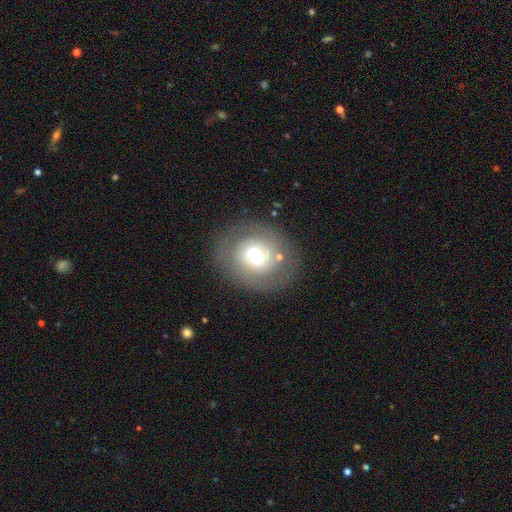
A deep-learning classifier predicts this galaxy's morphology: A featured or disk galaxy (50%). Merging: none (75%).